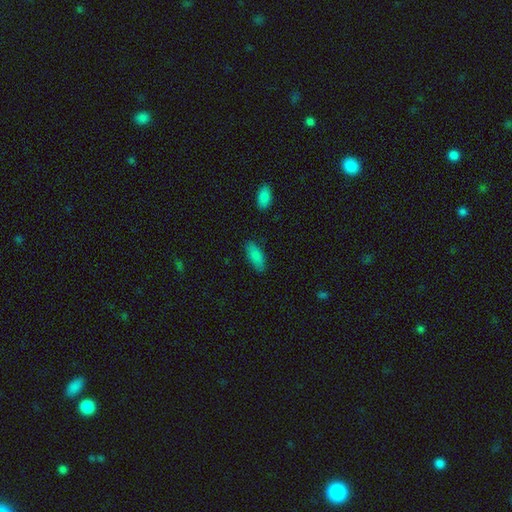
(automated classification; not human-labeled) This is clearly a smooth galaxy (86%). How rounded: likely in between (80%). Merging: clearly none (84%).